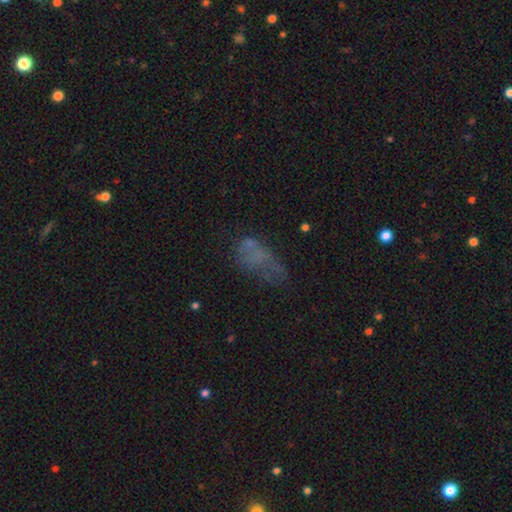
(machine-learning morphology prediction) smooth-or-featured: smooth: 46% | featured or disk: 30% | star or artifact: 24%
  merging: none: 40% | major disturbance: 29% | minor disturbance: 23% | merger: 7%